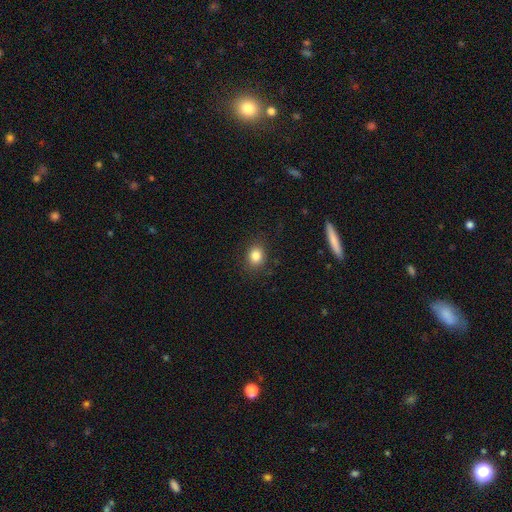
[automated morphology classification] A smooth galaxy with no disk features (84%) that is round (60%).

Vote fractions:
- Smooth or featured? smooth: 84% / star or artifact: 10% / featured or disk: 6%
- How rounded? round: 60% / in between: 39% / cigar-shaped: 1%
- Merging? none: 86% / minor disturbance: 10% / major disturbance: 3% / merger: 1%